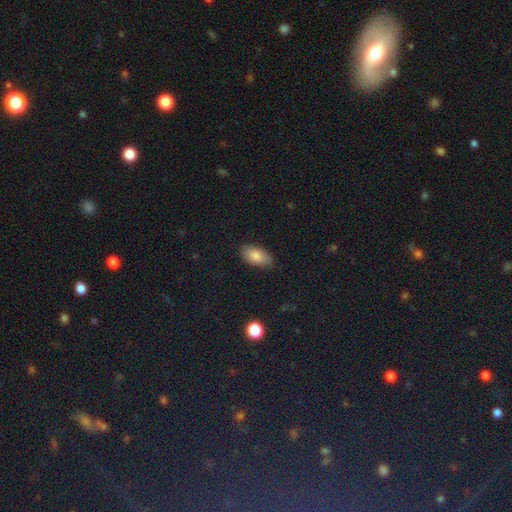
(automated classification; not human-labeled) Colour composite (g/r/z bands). It shows a smooth galaxy with no disk features (83%) that is in between round and cigar-shaped (93%). Merging: none (84%).